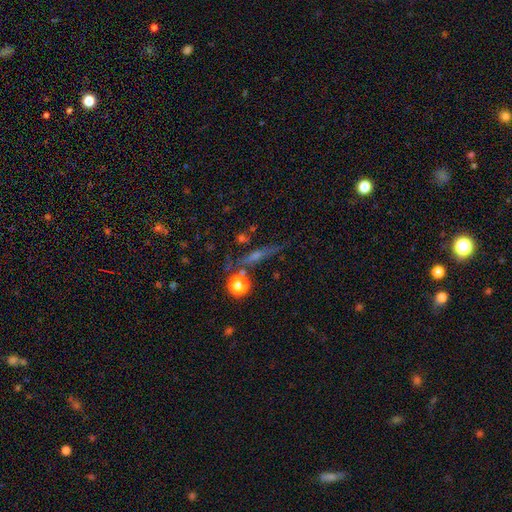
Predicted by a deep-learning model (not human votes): Smooth or featured? featured or disk (53%)
Edge-on disk? yes (87%)
Merging? none (77%)